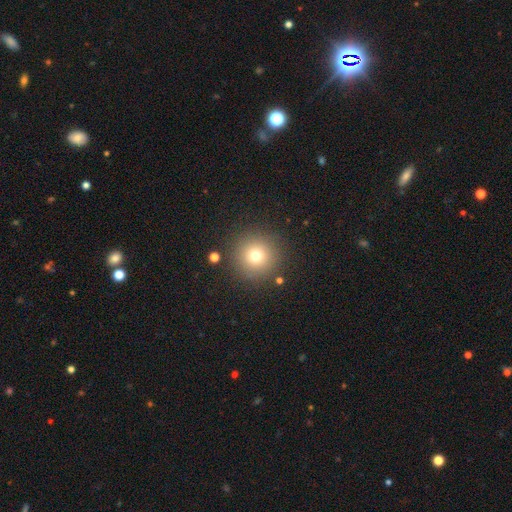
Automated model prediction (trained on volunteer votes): Smooth or featured? smooth (74%)
How rounded? round (96%)
Merging? none (88%)